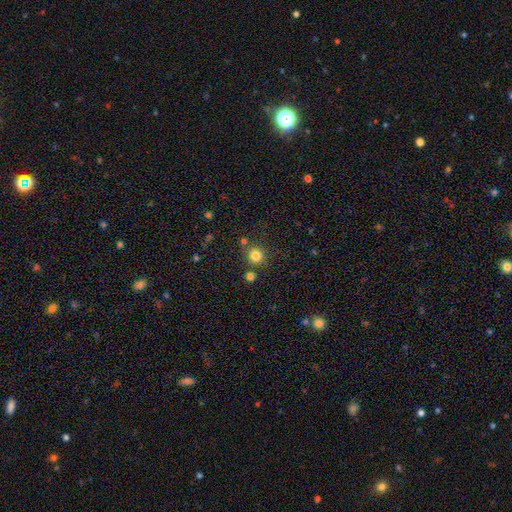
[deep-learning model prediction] Smooth or featured? Predicted: smooth (p=0.82). How rounded? Predicted: round (p=0.90). Merging? Predicted: none (p=0.79).